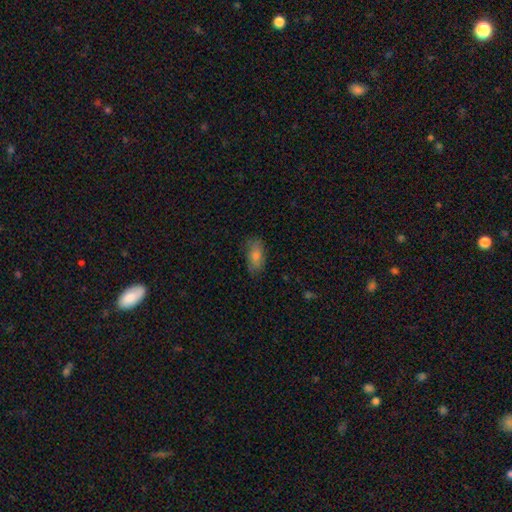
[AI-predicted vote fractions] Smooth or featured?
  - smooth: 74% *
  - featured or disk: 16%
  - star or artifact: 11%
How rounded?
  - in between: 85% *
  - cigar-shaped: 9%
  - round: 5%
Merging?
  - none: 78% *
  - minor disturbance: 17%
  - major disturbance: 4%
  - merger: 1%